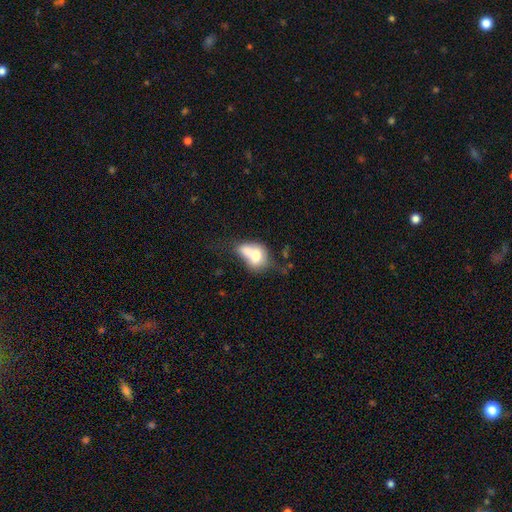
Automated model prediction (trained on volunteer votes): Smooth or featured?
  - smooth: 65% *
  - featured or disk: 26%
  - star or artifact: 9%
How rounded?
  - in between: 65% *
  - round: 33%
  - cigar-shaped: 2%
Merging?
  - merger: 52% *
  - none: 21%
  - minor disturbance: 15%
  - major disturbance: 12%